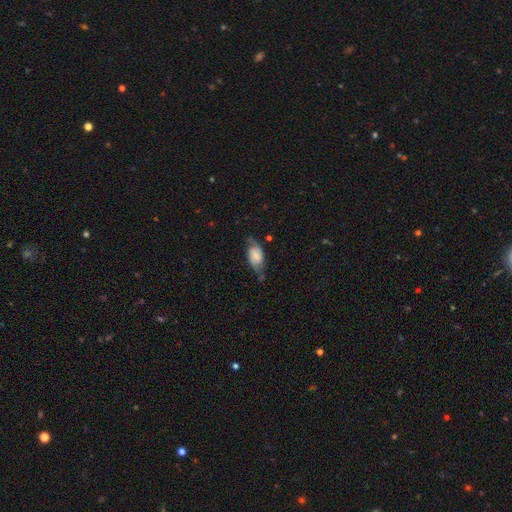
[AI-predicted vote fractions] Morphology: type=featured or disk (50%); edge-on=no (92%); merging=none (54%).